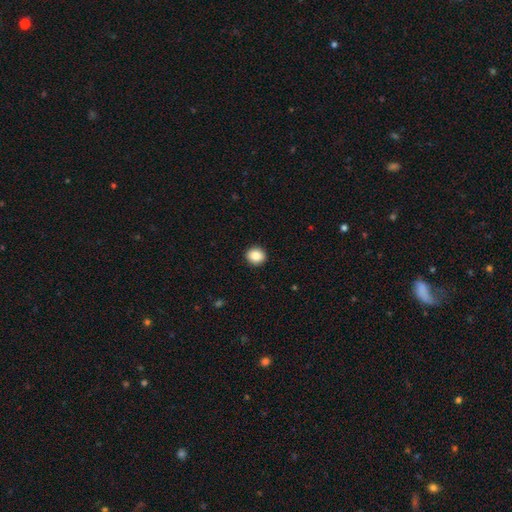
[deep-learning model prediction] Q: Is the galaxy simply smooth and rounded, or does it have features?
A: smooth — 86%.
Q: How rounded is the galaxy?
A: round — 83%.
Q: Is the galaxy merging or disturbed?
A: none — 92%.